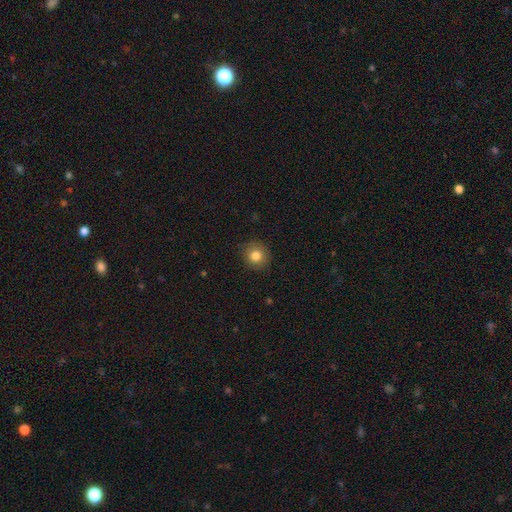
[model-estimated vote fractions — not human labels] The model was most divided on "smooth or featured": smooth: 83%, star or artifact: 10%, featured or disk: 7%. More confident: how rounded — round (89%); merging — none (87%).